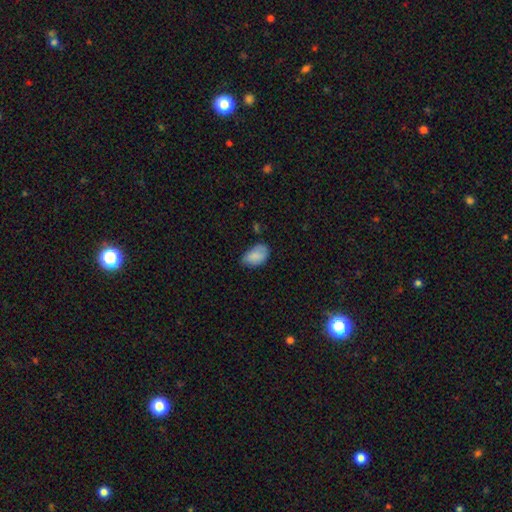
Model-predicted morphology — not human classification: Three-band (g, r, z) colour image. It shows a smooth galaxy with no disk features (85%) that is in between round and cigar-shaped (91%). Merging: none (55%).